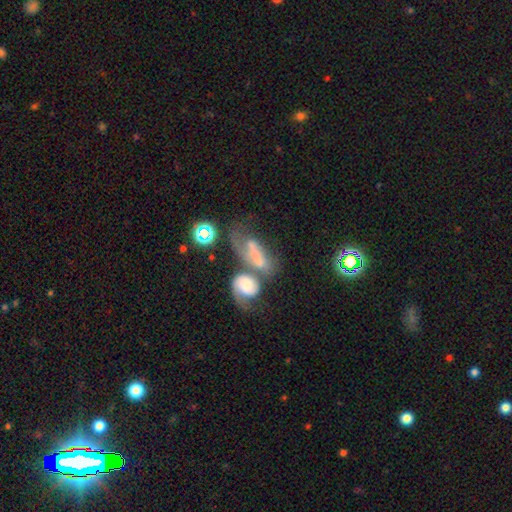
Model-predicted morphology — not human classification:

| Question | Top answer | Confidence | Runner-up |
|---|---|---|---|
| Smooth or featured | featured or disk | 46% | smooth (41%) |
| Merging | merger | 59% | major disturbance (18%) |